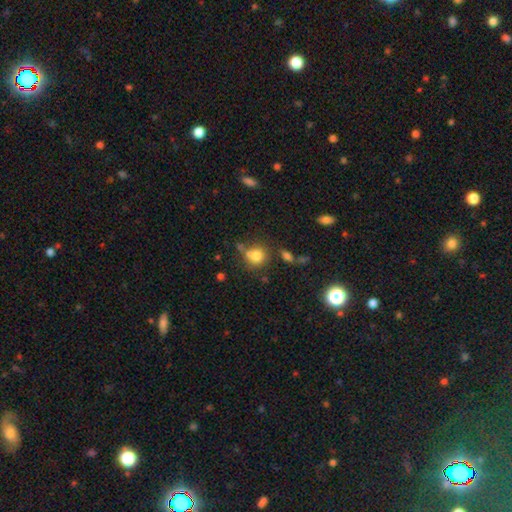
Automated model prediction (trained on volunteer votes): smooth-or-featured: smooth: 79% | star or artifact: 12% | featured or disk: 9%
  how-rounded: round: 78% | in between: 21% | cigar-shaped: 1%
  merging: none: 56% | merger: 20% | minor disturbance: 17% | major disturbance: 7%